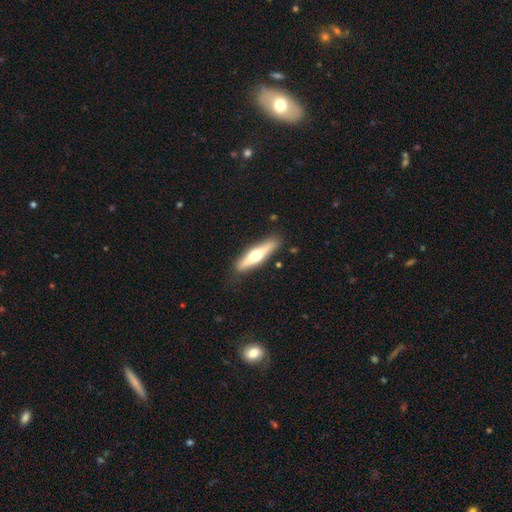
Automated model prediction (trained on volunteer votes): Overall: featured or disk (56%; smooth 38%). Edge-on disk: yes (93%). Edge-on bulge: rounded (94%). Merging: none (86%).